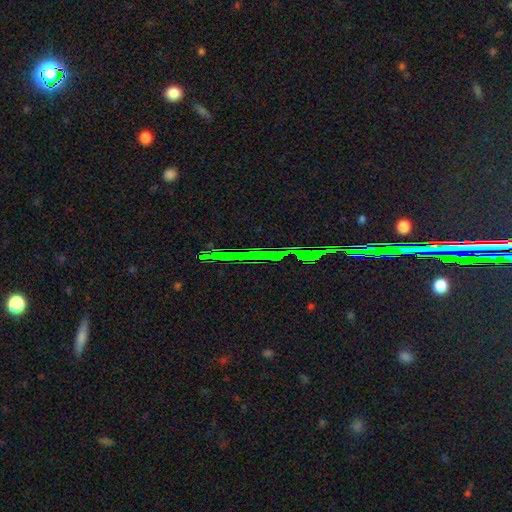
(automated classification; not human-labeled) Smooth or featured?
  - star or artifact: 78% *
  - featured or disk: 12%
  - smooth: 10%